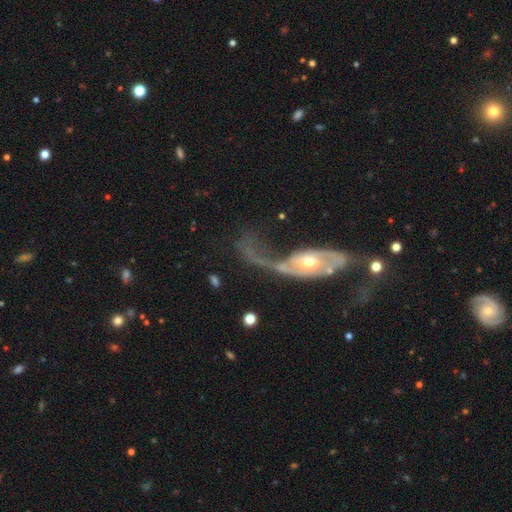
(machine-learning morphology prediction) type=featured or disk (81%); edge-on=no (89%); bar=no (67%); spiral arms=yes (82%); winding=loose (69%); arm count=2 (64%); bulge=moderate (54%); merging=major disturbance (43%).